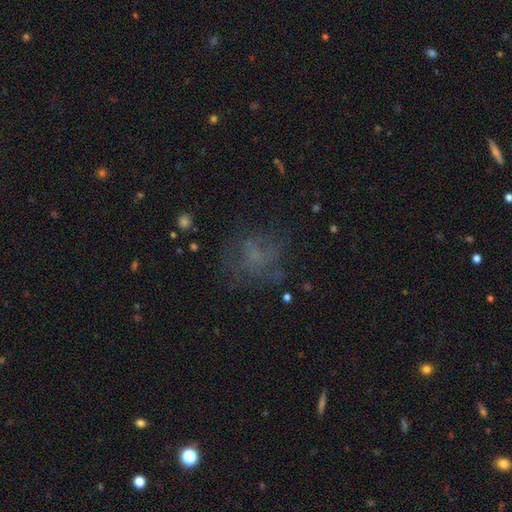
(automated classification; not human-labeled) Overall: smooth (44%; featured or disk 32%). Merging: none (57%; major disturbance 22%).